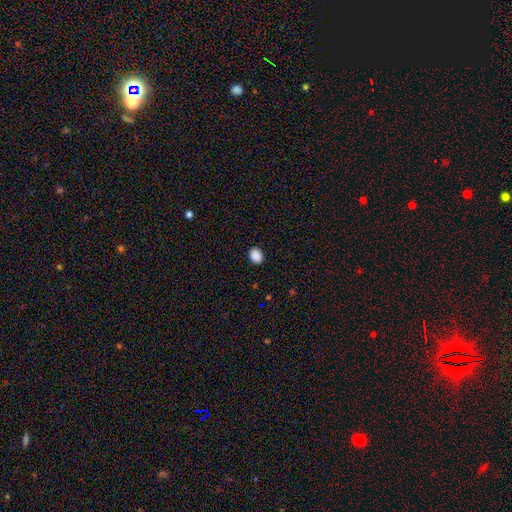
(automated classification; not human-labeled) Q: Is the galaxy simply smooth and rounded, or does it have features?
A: smooth — 89%.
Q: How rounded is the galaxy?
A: in between — 61%.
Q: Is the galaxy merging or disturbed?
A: none — 90%.